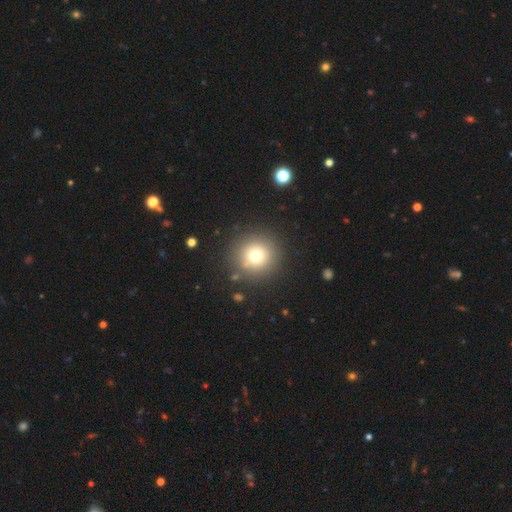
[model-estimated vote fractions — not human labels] Morphology: type=smooth (73%); roundness=round (95%); merging=none (87%).